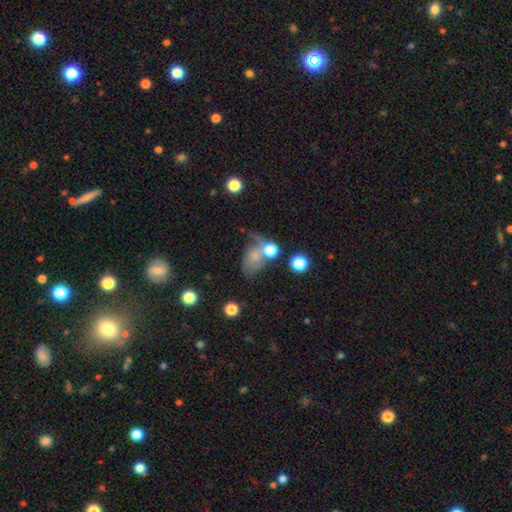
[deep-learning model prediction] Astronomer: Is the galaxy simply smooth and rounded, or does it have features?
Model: smooth — 45% (runner-up: featured or disk, 40%).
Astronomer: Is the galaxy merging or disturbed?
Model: none — 30% (runner-up: major disturbance, 28%).